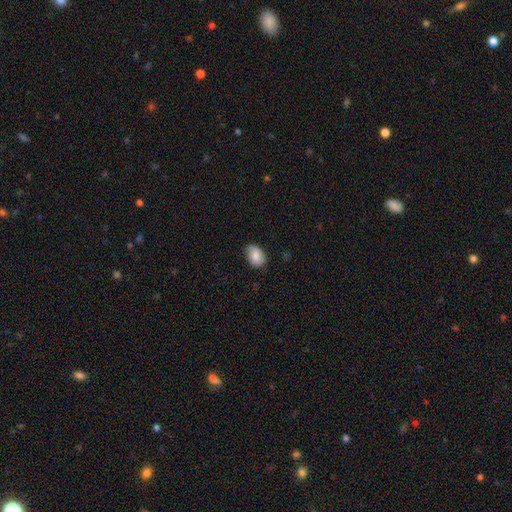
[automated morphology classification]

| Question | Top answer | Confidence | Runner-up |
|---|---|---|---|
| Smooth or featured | smooth | 81% | featured or disk (12%) |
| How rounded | in between | 81% | round (18%) |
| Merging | none | 77% | minor disturbance (19%) |